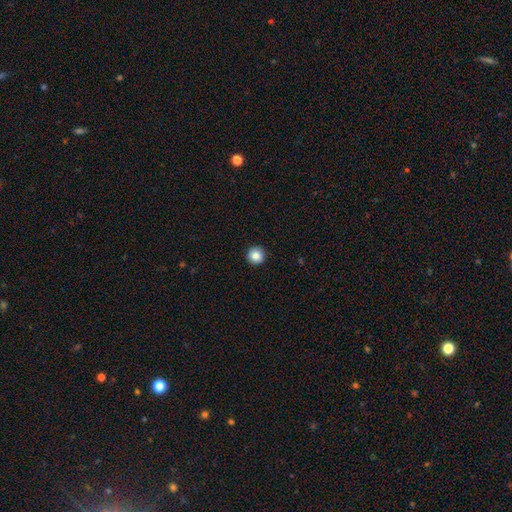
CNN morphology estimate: This appears to be a smooth galaxy with no disk features (86%) that is round (96%). Merging: none (93%).